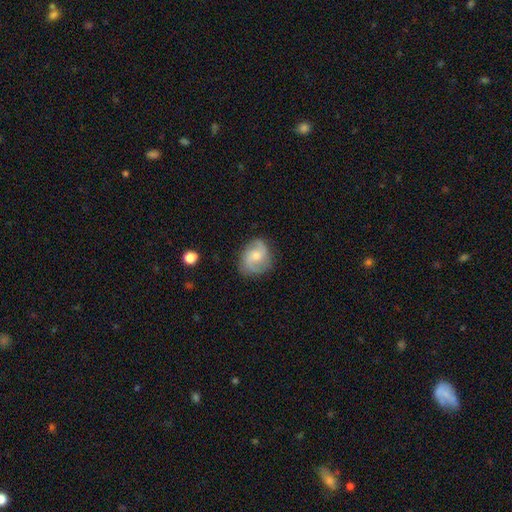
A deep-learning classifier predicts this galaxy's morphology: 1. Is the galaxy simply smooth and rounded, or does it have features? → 62% featured or disk, 31% smooth, 7% star or artifact.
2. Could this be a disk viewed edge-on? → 97% no, 3% yes.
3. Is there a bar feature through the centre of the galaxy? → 57% no, 36% weak, 7% strong.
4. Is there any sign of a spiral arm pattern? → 90% yes, 10% no.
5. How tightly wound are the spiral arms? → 44% medium, 38% loose, 18% tight.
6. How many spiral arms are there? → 82% 2, 8% can't tell, 4% 3, 3% 1, 1% 4, 1% more than 4.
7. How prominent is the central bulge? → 54% moderate, 41% small, 3% large, 2% none, 1% dominant.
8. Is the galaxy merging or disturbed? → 77% none, 17% minor disturbance, 5% major disturbance, 1% merger.